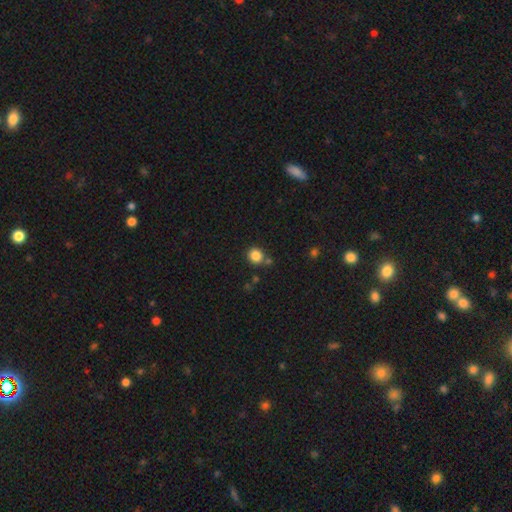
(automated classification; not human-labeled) smooth_or_featured: smooth (p=0.84) [alt: star or artifact p=0.11]
how_rounded: round (p=0.84) [alt: in between p=0.15]
merging: none (p=0.77) [alt: merger p=0.11]